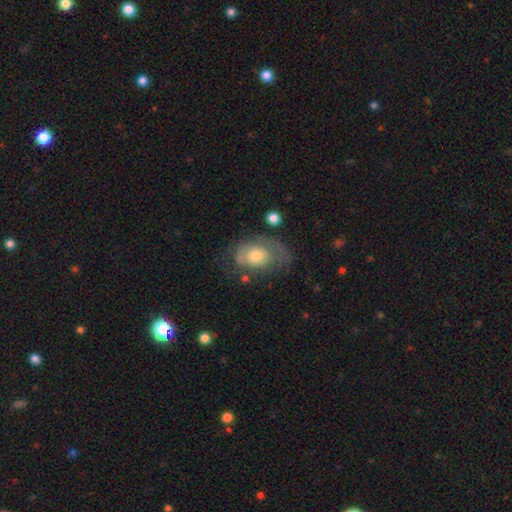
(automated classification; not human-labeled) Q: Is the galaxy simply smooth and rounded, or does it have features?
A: smooth — 48%.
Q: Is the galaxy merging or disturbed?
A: none — 42%.